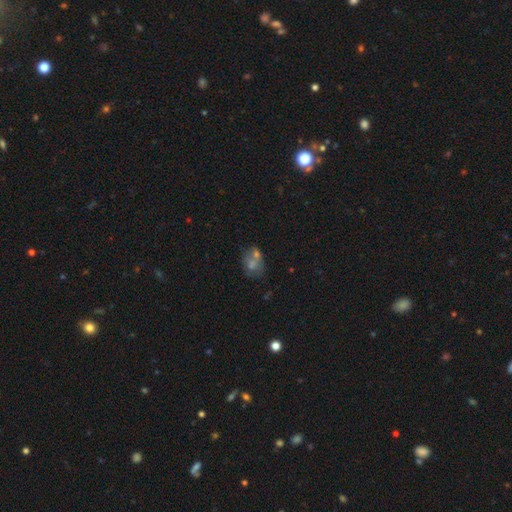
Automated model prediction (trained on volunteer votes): The model was most divided on "merging": none: 40%, merger: 38%, minor disturbance: 13%, major disturbance: 8%. Remaining: smooth or featured — smooth (46%).